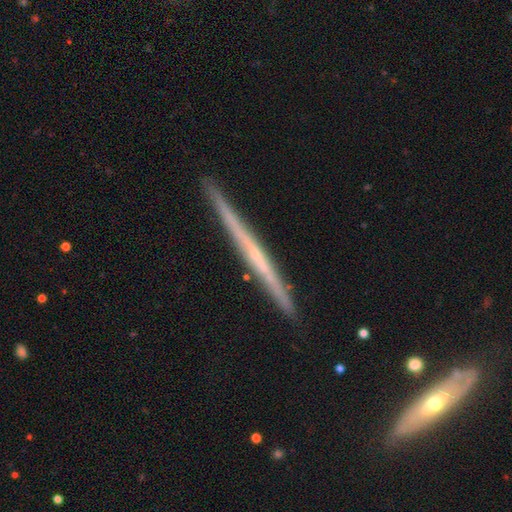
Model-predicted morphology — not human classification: Smooth or featured? featured or disk (72%)
Edge-on disk? yes (98%)
Edge-on bulge? none (72%)
Merging? none (90%)